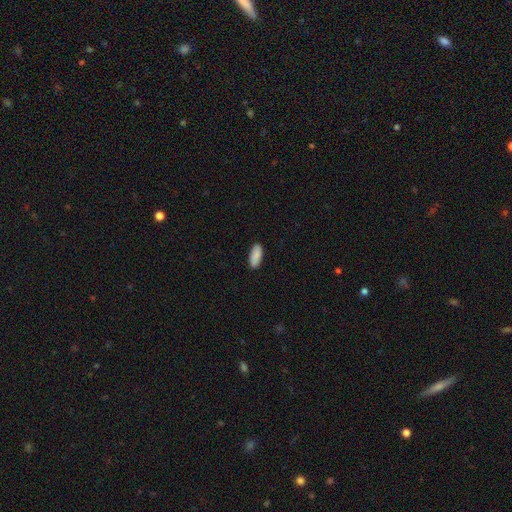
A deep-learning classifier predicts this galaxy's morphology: smooth 90%, star or artifact 6%, featured or disk 4%. Down the decision tree: how rounded — in between (82%); merging — none (90%).